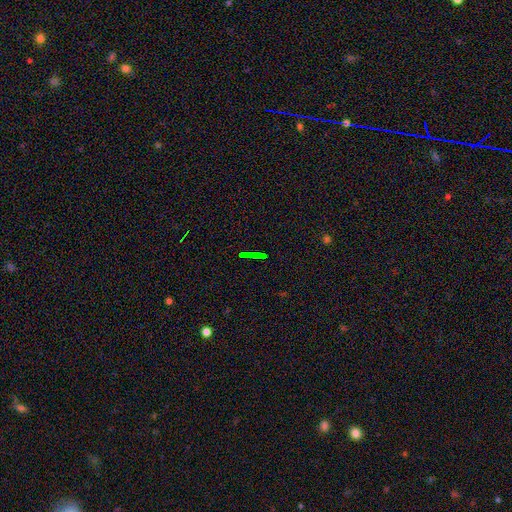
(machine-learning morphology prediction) A star or artifact, not a galaxy (60%).